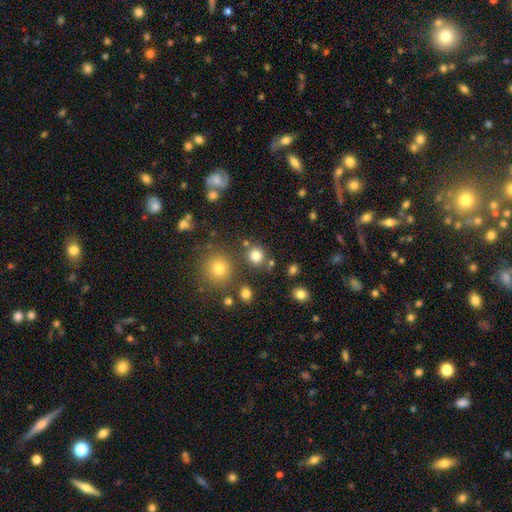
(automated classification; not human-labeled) A smooth galaxy with no disk features (80%) that is round (87%). Merging: none (79%).